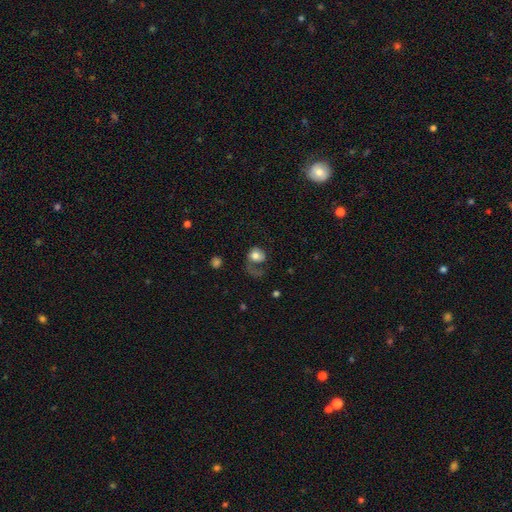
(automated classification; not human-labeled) smooth 59%, featured or disk 33%, star or artifact 9%. Down the decision tree: how rounded — round (64%); merging — major disturbance (46%).